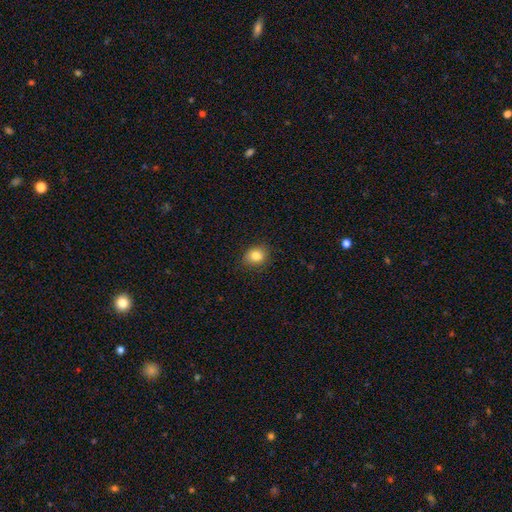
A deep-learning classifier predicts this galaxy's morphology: This is clearly a smooth galaxy (82%). How rounded: likely round (61%). Merging: clearly none (85%).